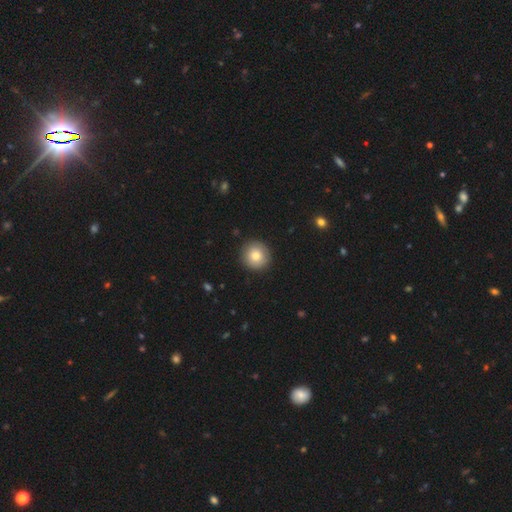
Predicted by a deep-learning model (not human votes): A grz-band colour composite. It shows a smooth galaxy with no disk features (80%) that is round (95%). Merging: none (91%).